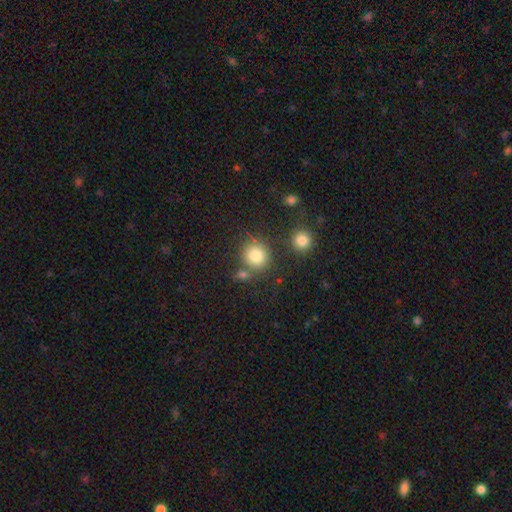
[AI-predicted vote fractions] Overall: smooth (82%). How rounded: round (87%). Merging: none (72%).